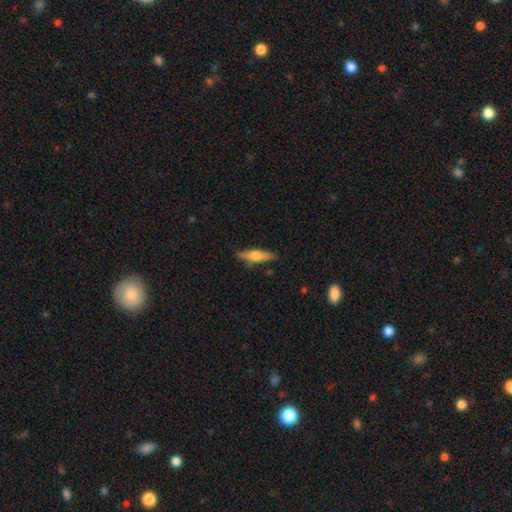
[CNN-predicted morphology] Smooth or featured: featured or disk — 47% (tied with smooth — 47%)
Merging: none — 84% (minor disturbance — 12%)